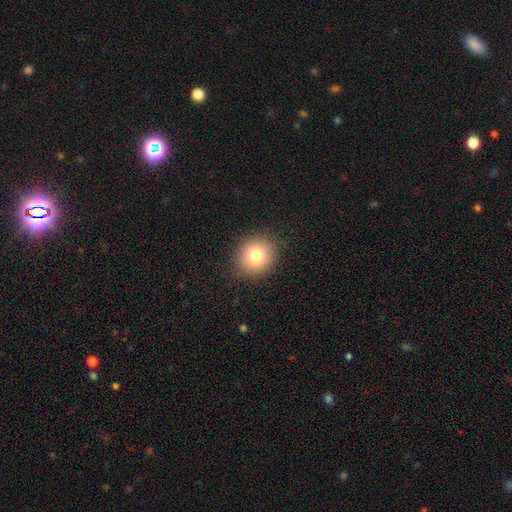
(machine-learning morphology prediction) This is likely a smooth galaxy (78%). How rounded: clearly round (84%). Merging: clearly none (89%).